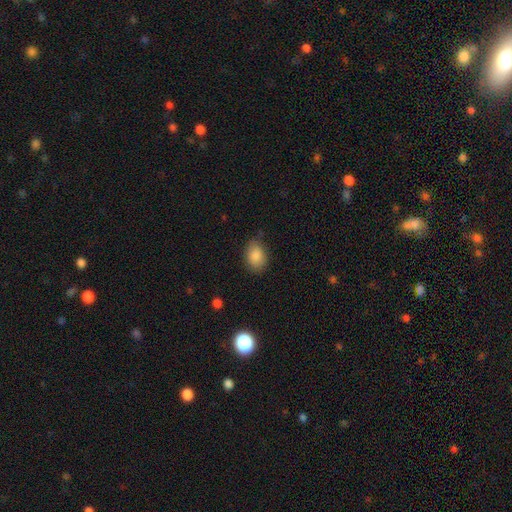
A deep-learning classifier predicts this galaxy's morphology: Smooth or featured? smooth (87%)
How rounded? in between (81%)
Merging? none (77%)